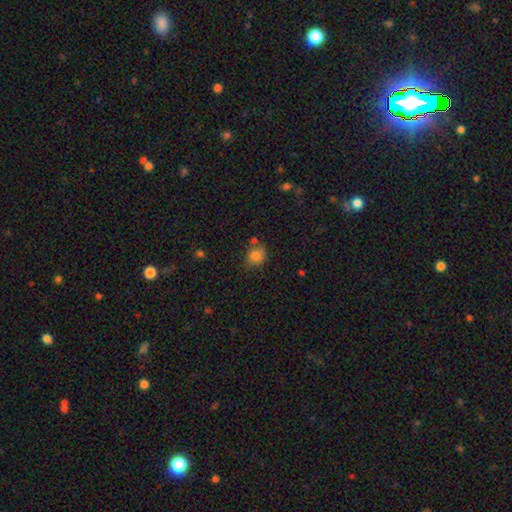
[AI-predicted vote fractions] Q: Smooth or featured?
A: smooth (82%); runner-up: star or artifact (11%)
Q: How rounded?
A: round (72%); runner-up: in between (27%)
Q: Merging?
A: none (67%); runner-up: minor disturbance (18%)